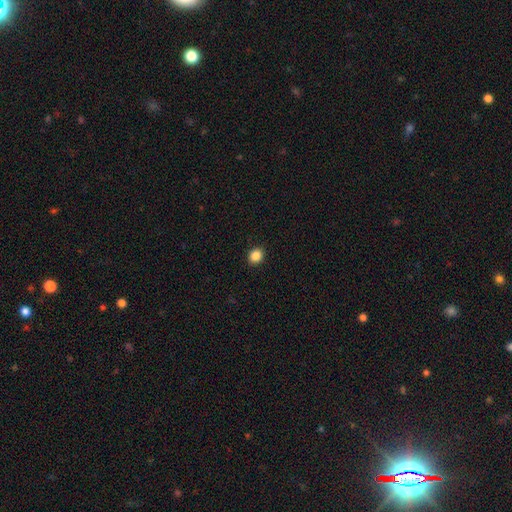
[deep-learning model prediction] This appears to be a smooth galaxy with no disk features (86%) that is round (63%). Merging: none (91%).